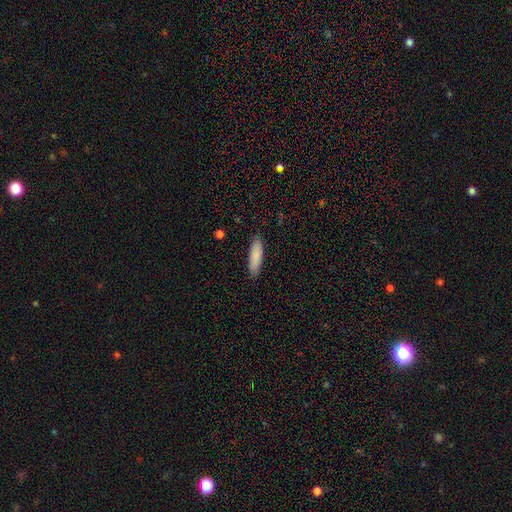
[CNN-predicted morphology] Overall: smooth (86%). How rounded: cigar-shaped (67%; in between 32%). Merging: none (88%).